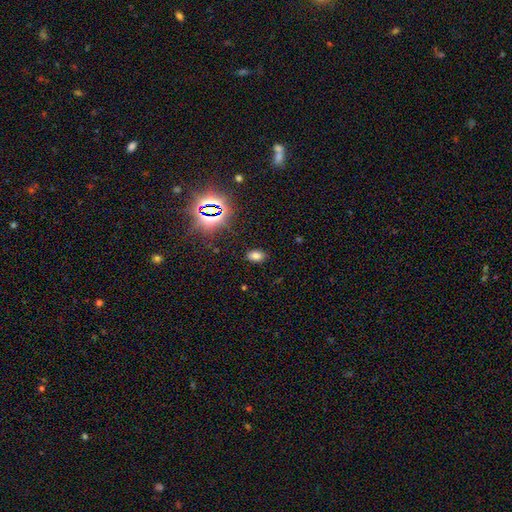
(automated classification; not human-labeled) Morphology: type=smooth (70%); roundness=in between (88%); merging=none (86%).